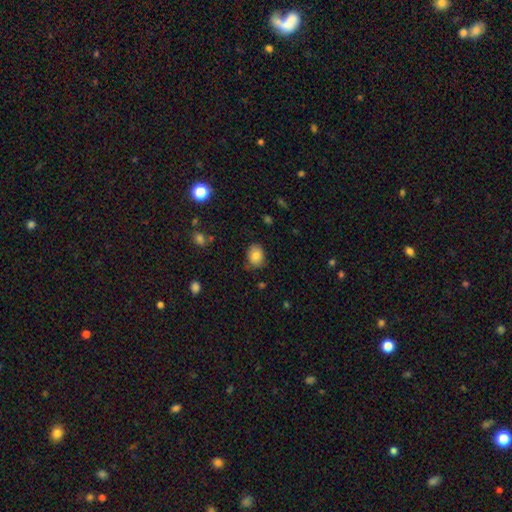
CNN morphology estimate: smooth 83%, star or artifact 9%, featured or disk 8%. Down the decision tree: how rounded — in between (56%); merging — none (75%).